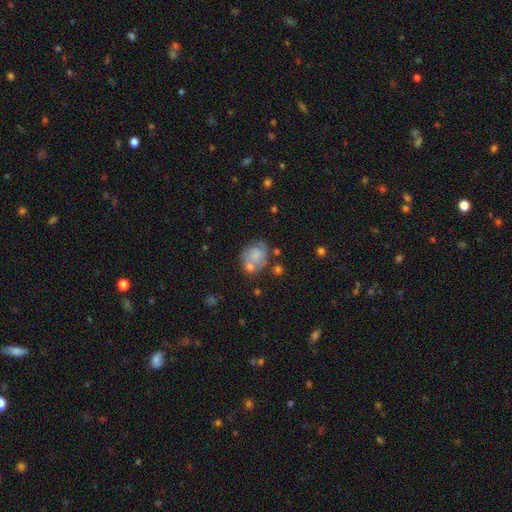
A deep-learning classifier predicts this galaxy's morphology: This is likely a smooth galaxy (61%). How rounded: possibly round (53%). Merging: marginally none (42%).